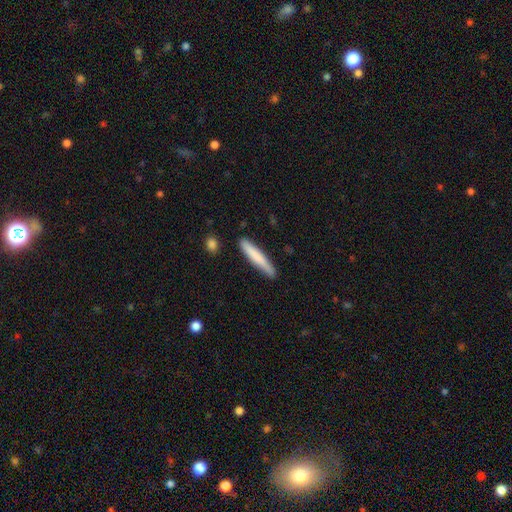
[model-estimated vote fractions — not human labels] This appears to be a smooth galaxy with no disk features (76%) that is cigar-shaped (93%). Merging: none (84%).